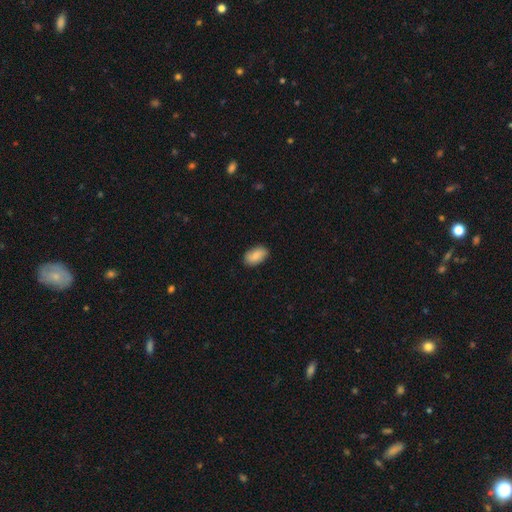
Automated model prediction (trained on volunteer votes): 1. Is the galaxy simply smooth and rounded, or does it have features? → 84% smooth, 10% featured or disk, 7% star or artifact.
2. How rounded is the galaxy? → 92% in between, 6% round, 2% cigar-shaped.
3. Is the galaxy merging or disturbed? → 85% none, 12% minor disturbance, 2% major disturbance, 1% merger.